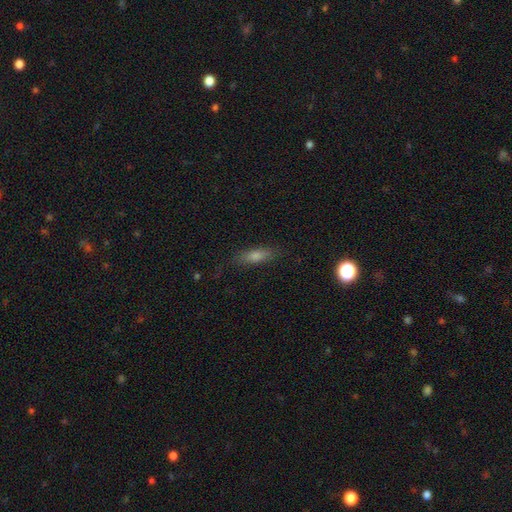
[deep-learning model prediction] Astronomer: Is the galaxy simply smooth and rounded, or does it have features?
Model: smooth — 65%.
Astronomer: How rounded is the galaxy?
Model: cigar-shaped — 56% (runner-up: in between, 40%).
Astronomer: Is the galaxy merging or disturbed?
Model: none — 82%.